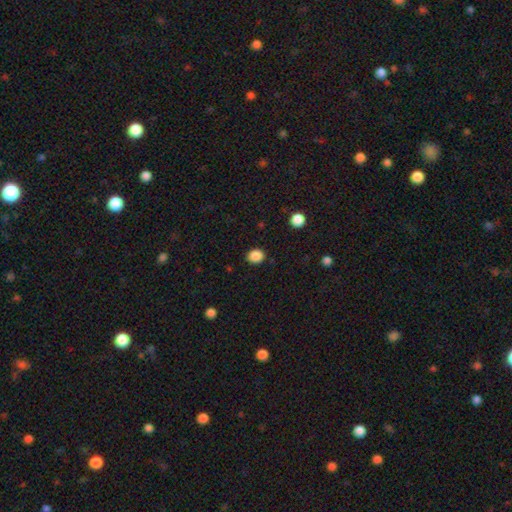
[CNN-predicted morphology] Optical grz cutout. It shows a smooth galaxy with no disk features (88%) that is round (63%). Merging: none (89%).